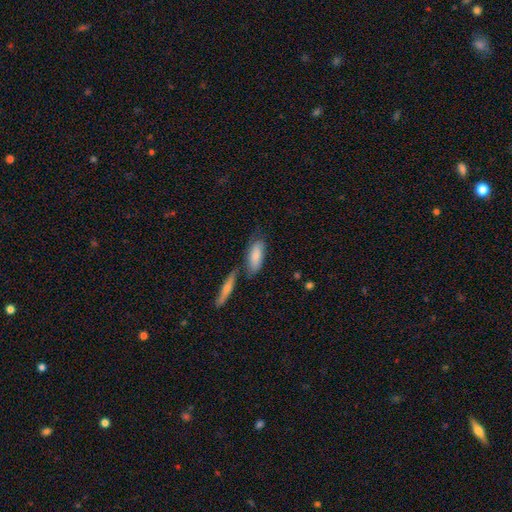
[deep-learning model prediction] This appears to be a smooth galaxy with no disk features (77%) that is in between round and cigar-shaped (74%). Merging: none (49%).